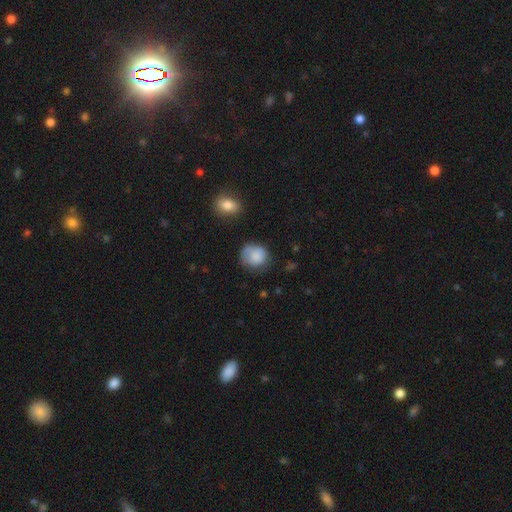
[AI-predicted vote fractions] This is clearly a smooth galaxy (83%). How rounded: likely round (76%). Merging: possibly none (58%).